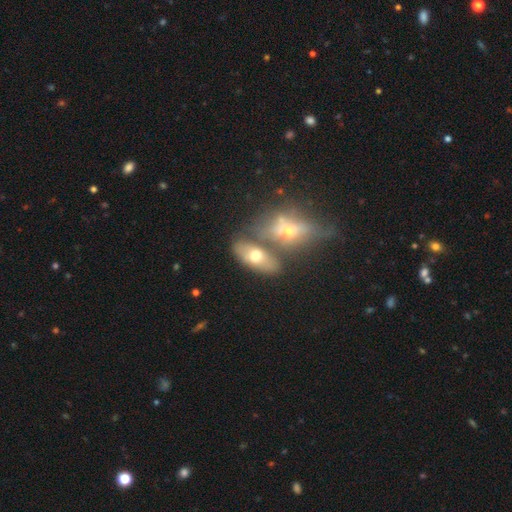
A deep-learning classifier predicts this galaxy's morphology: A smooth galaxy with no disk features (59%) that is in between round and cigar-shaped (84%).

Vote fractions:
- Smooth or featured? smooth: 59% / featured or disk: 33% / star or artifact: 8%
- How rounded? in between: 84% / cigar-shaped: 9% / round: 8%
- Merging? none: 47% / merger: 36% / minor disturbance: 11% / major disturbance: 5%